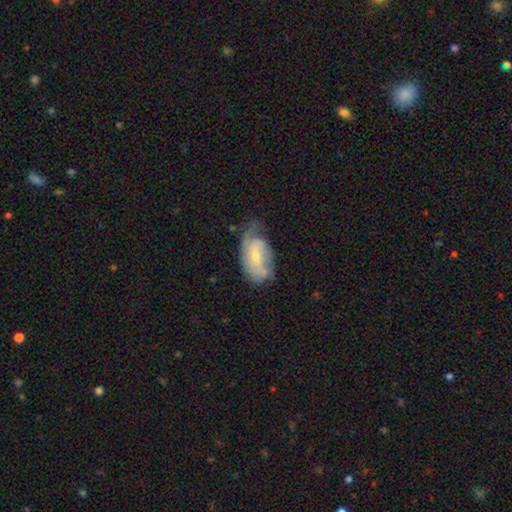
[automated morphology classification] Smooth or featured?
  - featured or disk: 66% *
  - smooth: 28%
  - star or artifact: 6%
Edge-on disk?
  - no: 95% *
  - yes: 5%
Bar?
  - no: 47% *
  - weak: 42%
  - strong: 11%
Spiral arms?
  - yes: 82% *
  - no: 18%
Spiral winding?
  - medium: 39% *
  - tight: 37%
  - loose: 24%
Spiral arm count?
  - 2: 38% *
  - can't tell: 30%
  - 1: 23%
  - 3: 6%
  - 4: 2%
  - more than 4: 2%
Bulge size?
  - small: 61% *
  - moderate: 33%
  - none: 3%
  - large: 2%
  - dominant: 1%
Merging?
  - none: 42% *
  - minor disturbance: 34%
  - major disturbance: 20%
  - merger: 3%